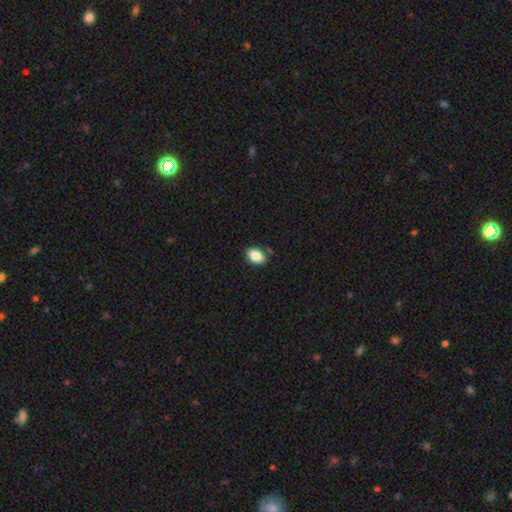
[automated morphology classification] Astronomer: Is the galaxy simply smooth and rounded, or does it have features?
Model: smooth — 86%.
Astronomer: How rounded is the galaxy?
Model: in between — 87%.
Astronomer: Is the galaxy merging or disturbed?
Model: none — 78%.